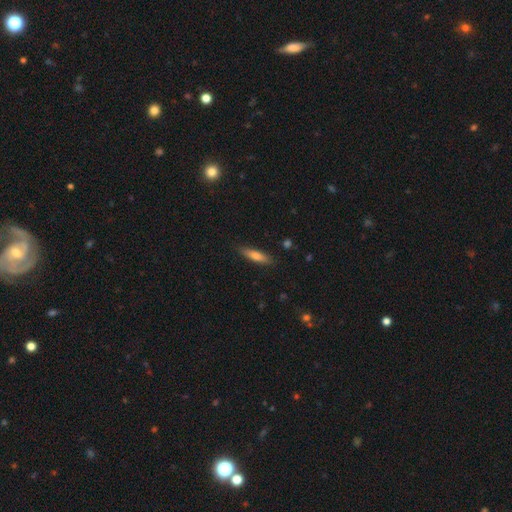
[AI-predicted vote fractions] Morphology: type=smooth (73%); roundness=cigar-shaped (74%); merging=none (86%).